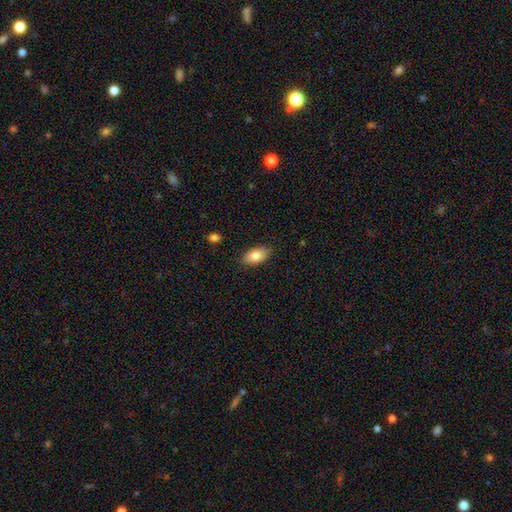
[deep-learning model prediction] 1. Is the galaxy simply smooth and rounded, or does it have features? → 83% smooth, 10% featured or disk, 7% star or artifact.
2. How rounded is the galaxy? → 92% in between, 5% cigar-shaped, 4% round.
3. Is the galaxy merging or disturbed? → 87% none, 10% minor disturbance, 2% major disturbance, 1% merger.